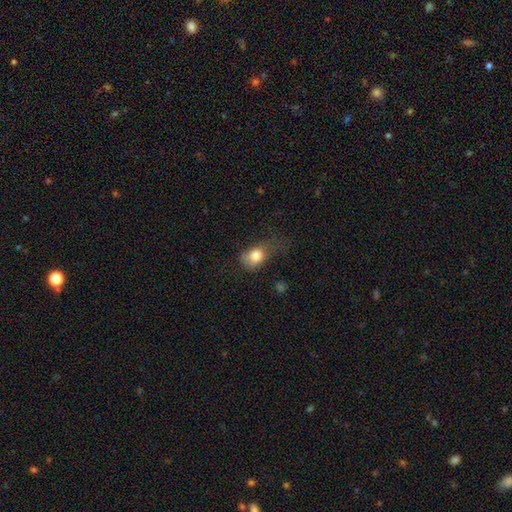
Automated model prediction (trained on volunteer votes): A smooth galaxy with no disk features (79%) that is in between round and cigar-shaped (60%).

Vote fractions:
- Smooth or featured? smooth: 79% / featured or disk: 12% / star or artifact: 9%
- How rounded? in between: 60% / round: 38% / cigar-shaped: 2%
- Merging? major disturbance: 35% / minor disturbance: 34% / none: 28% / merger: 3%